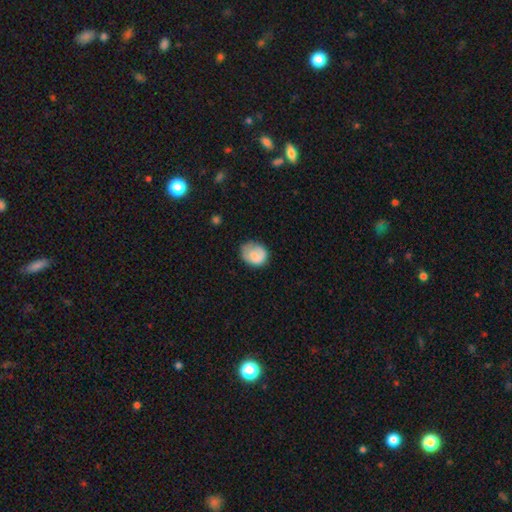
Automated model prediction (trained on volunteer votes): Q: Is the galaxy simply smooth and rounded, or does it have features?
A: smooth — 75%.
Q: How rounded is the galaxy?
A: round — 60%.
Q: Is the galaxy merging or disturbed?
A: none — 61%.